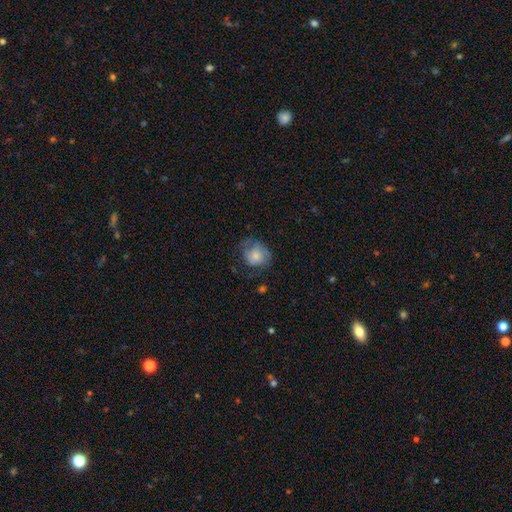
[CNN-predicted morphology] This is likely a smooth galaxy (60%). How rounded: likely round (68%). Merging: possibly none (46%).